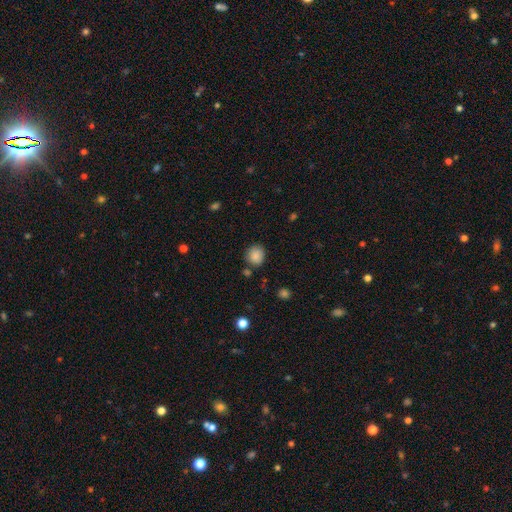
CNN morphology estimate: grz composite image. It shows a smooth galaxy with no disk features (86%) that is round (82%). Merging: none (78%).